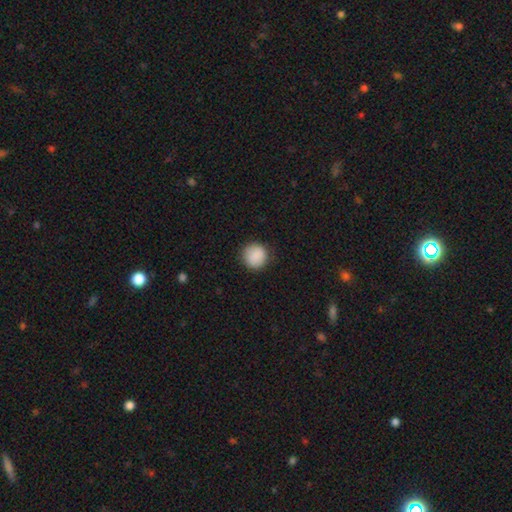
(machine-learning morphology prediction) A smooth galaxy with no disk features (89%) that is round (93%). Merging: none (87%).